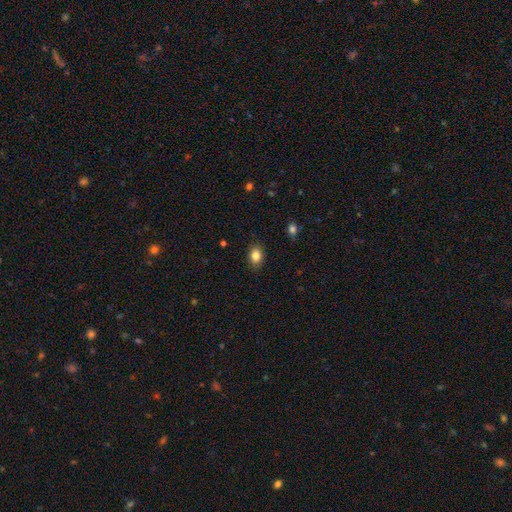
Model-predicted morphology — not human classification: smooth_or_featured: smooth (p=0.85) [alt: star or artifact p=0.09]
how_rounded: in between (p=0.74) [alt: round p=0.24]
merging: none (p=0.86) [alt: minor disturbance p=0.11]